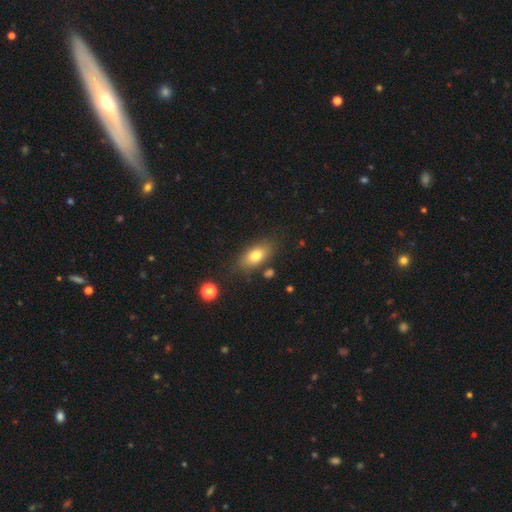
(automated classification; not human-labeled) smooth-or-featured: smooth: 75% | featured or disk: 16% | star or artifact: 9%
  how-rounded: in between: 84% | round: 8% | cigar-shaped: 7%
  merging: none: 79% | minor disturbance: 13% | merger: 4% | major disturbance: 4%